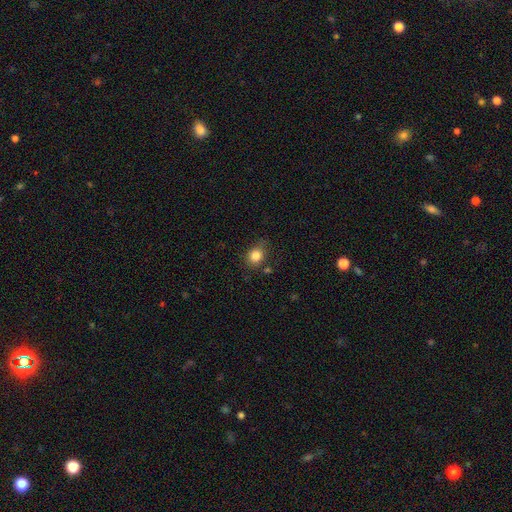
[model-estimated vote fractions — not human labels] Smooth or featured?
  - smooth: 83% *
  - star or artifact: 11%
  - featured or disk: 6%
How rounded?
  - round: 64% *
  - in between: 35%
  - cigar-shaped: 1%
Merging?
  - none: 73% *
  - minor disturbance: 18%
  - major disturbance: 5%
  - merger: 4%